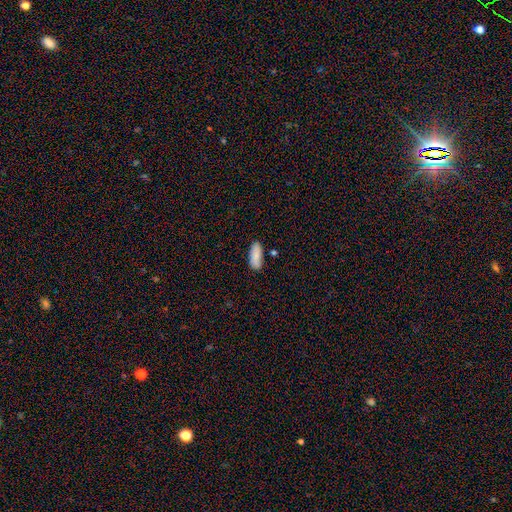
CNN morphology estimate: Smooth or featured? smooth (85%)
How rounded? in between (79%)
Merging? none (76%)